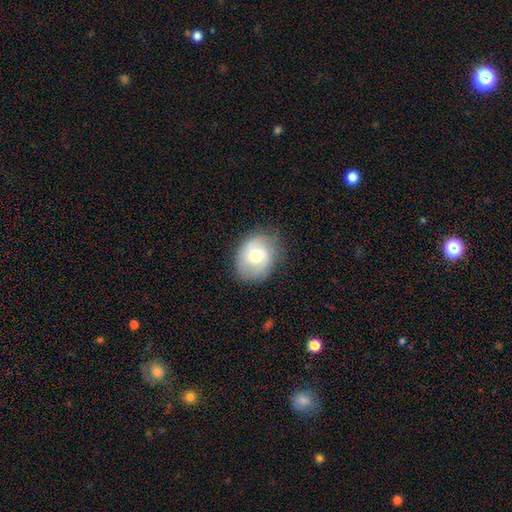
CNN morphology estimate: smooth-or-featured: featured or disk: 53% | smooth: 39% | star or artifact: 8%
  disk-edge-on: no: 96% | yes: 4%
    bar: no: 61% | weak: 32% | strong: 6%
    has-spiral-arms: yes: 78% | no: 22%
    bulge-size: moderate: 70% | small: 16% | large: 11% | dominant: 1% | none: 1%
  merging: none: 74% | minor disturbance: 18% | major disturbance: 7% | merger: 1%